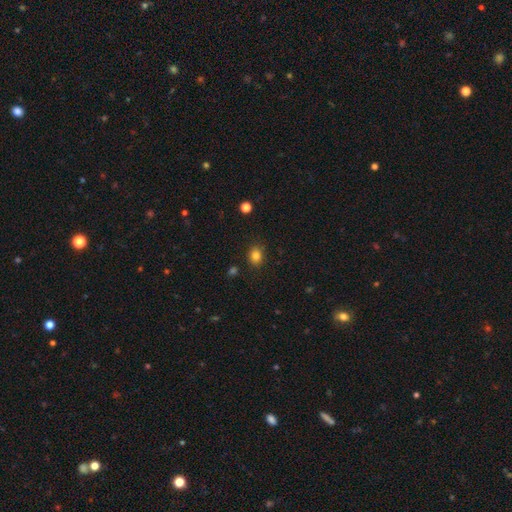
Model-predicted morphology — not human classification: type=smooth (82%); roundness=round (53%); merging=none (85%).